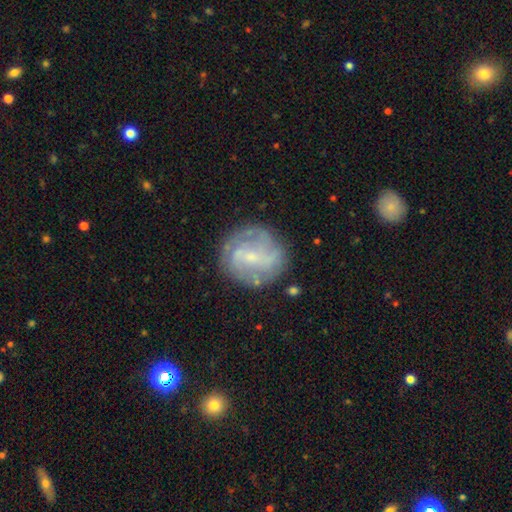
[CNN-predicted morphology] The model was most divided on "spiral winding": medium: 39%, tight: 34%, loose: 27%. Remaining: edge-on disk — no (97%); spiral arms — yes (81%); merging — none (77%); bulge size — small (70%); smooth or featured — featured or disk (69%); bar — weak (49%); spiral arm count — 2 (44%).